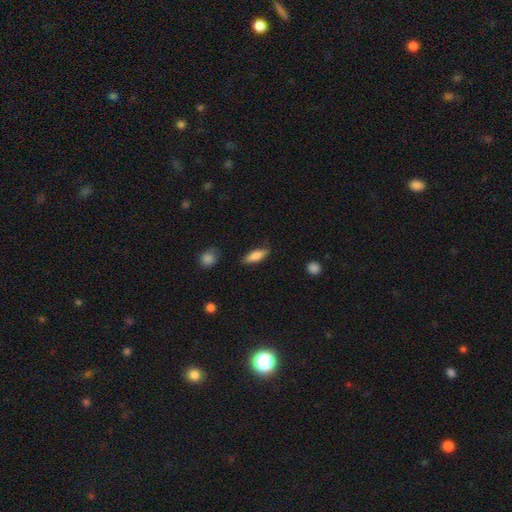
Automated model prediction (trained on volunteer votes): This is likely a smooth galaxy (76%). How rounded: possibly in between (58%). Merging: clearly none (82%).